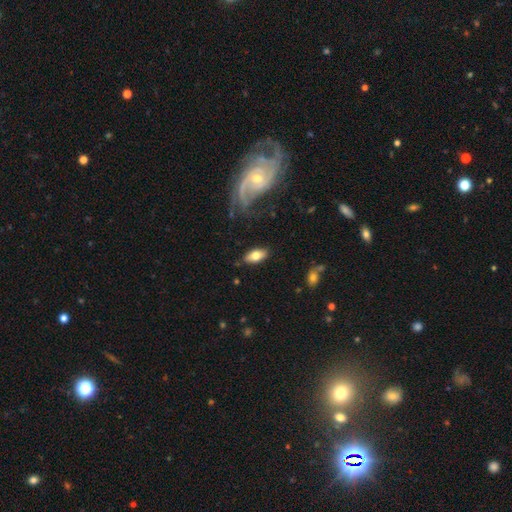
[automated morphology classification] The model was most divided on "smooth or featured": smooth: 71%, featured or disk: 22%, star or artifact: 7%. More confident: how rounded — in between (90%); merging — none (82%).